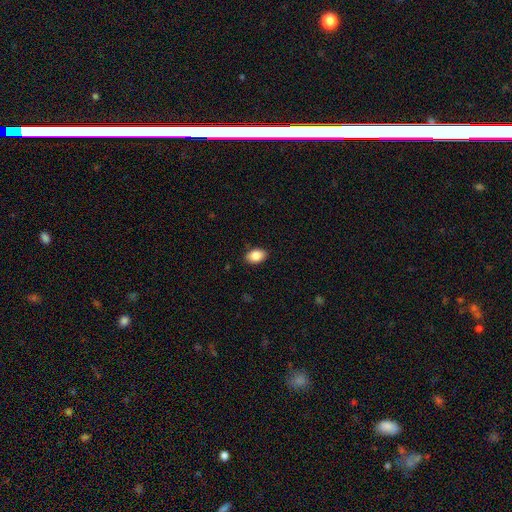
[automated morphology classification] smooth_or_featured: smooth (p=0.87) [alt: star or artifact p=0.08]
how_rounded: in between (p=0.87) [alt: round p=0.12]
merging: none (p=0.87) [alt: minor disturbance p=0.10]